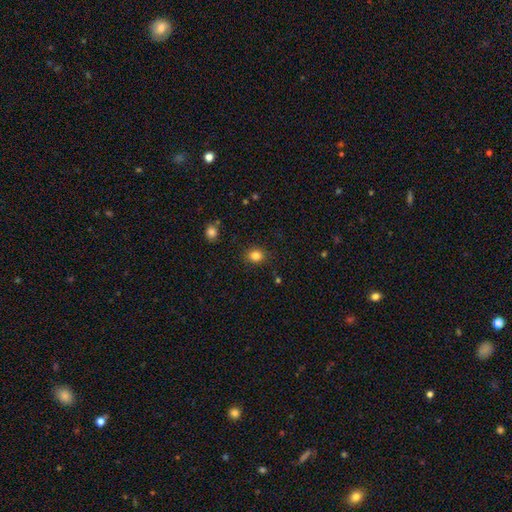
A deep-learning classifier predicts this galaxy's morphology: smooth_or_featured: smooth (p=0.83) [alt: star or artifact p=0.12]
how_rounded: round (p=0.69) [alt: in between p=0.30]
merging: none (p=0.87) [alt: minor disturbance p=0.09]